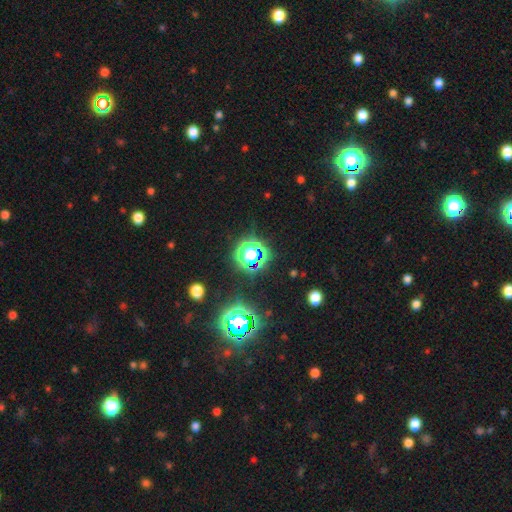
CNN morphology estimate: type=star or artifact (67%).